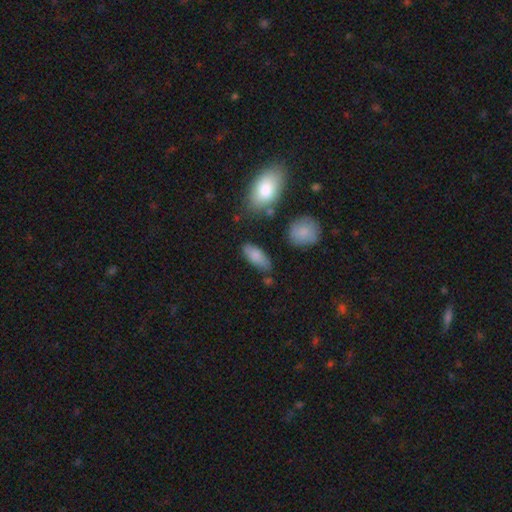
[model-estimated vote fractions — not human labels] Morphology: type=smooth (82%); roundness=in between (81%); merging=none (72%).